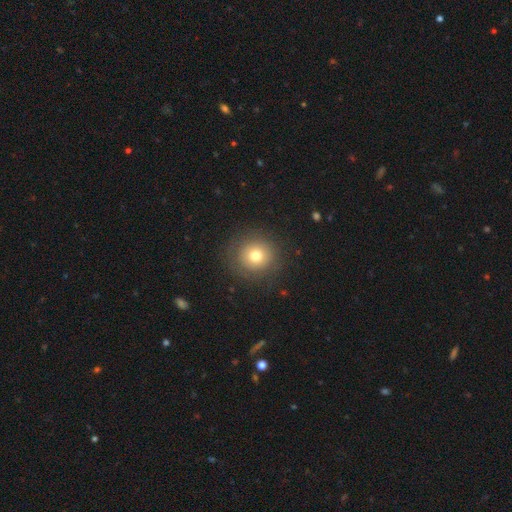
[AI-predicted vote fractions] A smooth galaxy with no disk features (72%) that is round (93%).

Vote fractions:
- Smooth or featured? smooth: 72% / featured or disk: 16% / star or artifact: 12%
- How rounded? round: 93% / in between: 6% / cigar-shaped: 1%
- Merging? none: 85% / minor disturbance: 9% / major disturbance: 5% / merger: 1%